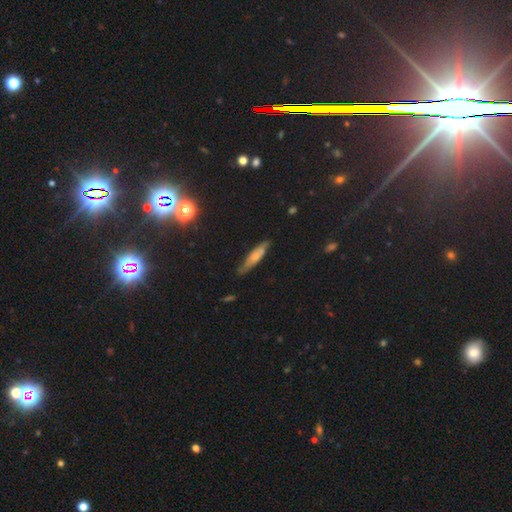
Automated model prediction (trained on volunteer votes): Smooth or featured: smooth — 59% (featured or disk — 32%)
How rounded: cigar-shaped — 81% (in between — 17%)
Merging: none — 77% (minor disturbance — 18%)